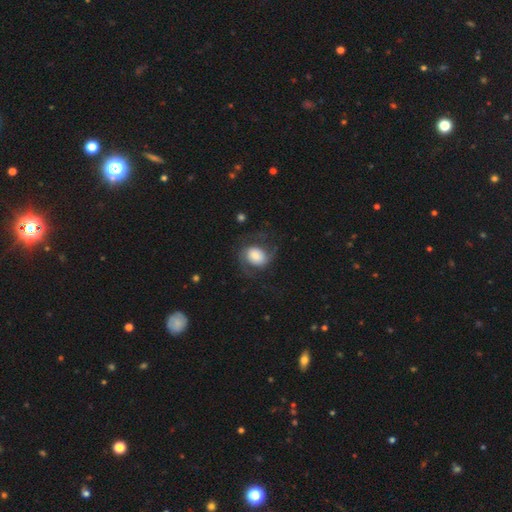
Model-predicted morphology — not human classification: This is likely a featured or disk galaxy (61%). It is clearly not viewed edge-on (98%). Bar: likely no (65%). Spiral arm pattern: clearly yes (91%). Spiral arm count: clearly 2 (83%). Spiral winding: marginally medium (45%). Central bulge: marginally large (41%). Merging: likely none (62%).